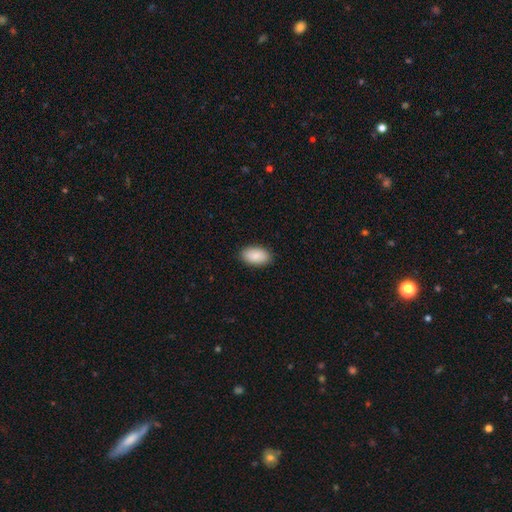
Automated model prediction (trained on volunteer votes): Smooth or featured? Predicted: smooth (p=0.89). How rounded? Predicted: in between (p=0.94). Merging? Predicted: none (p=0.89).